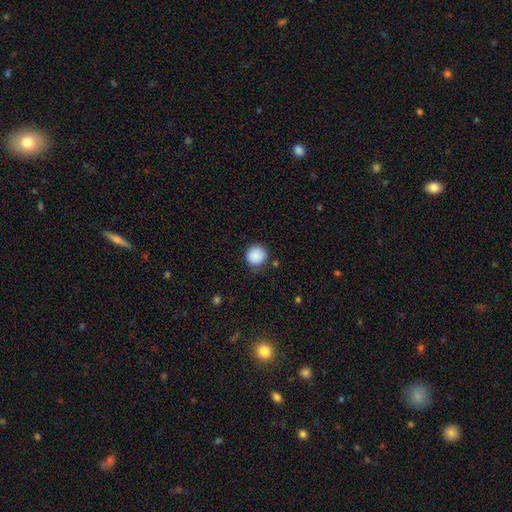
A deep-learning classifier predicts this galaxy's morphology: A smooth galaxy with no disk features (89%) that is round (95%).

Vote fractions:
- Smooth or featured? smooth: 89% / star or artifact: 8% / featured or disk: 3%
- How rounded? round: 95% / in between: 4% / cigar-shaped: 1%
- Merging? none: 87% / minor disturbance: 9% / major disturbance: 3% / merger: 2%